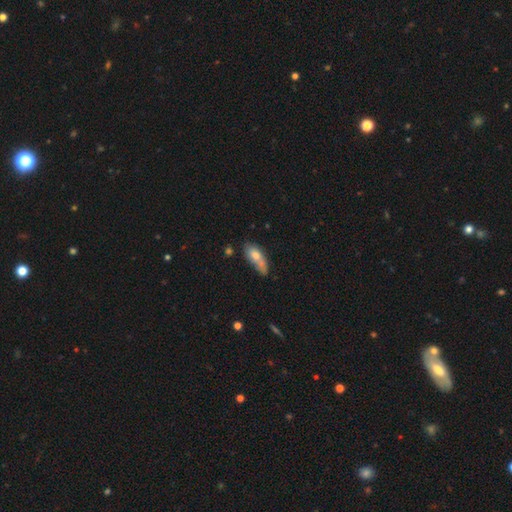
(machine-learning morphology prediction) smooth-or-featured: smooth: 67% | featured or disk: 26% | star or artifact: 7%
  how-rounded: in between: 76% | cigar-shaped: 20% | round: 4%
  merging: none: 44% | minor disturbance: 27% | merger: 19% | major disturbance: 9%